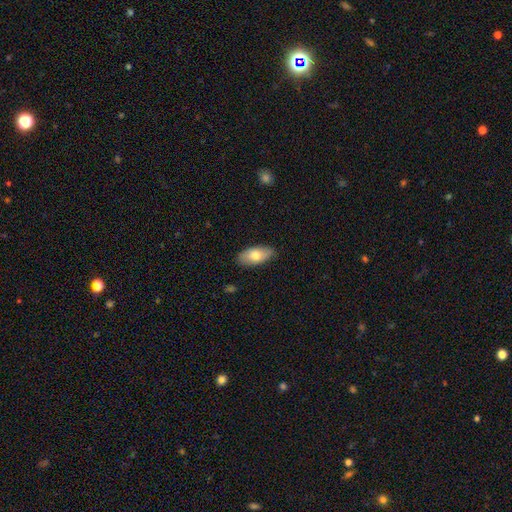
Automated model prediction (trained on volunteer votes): Smooth or featured: smooth — 74% (featured or disk — 20%)
How rounded: in between — 91% (cigar-shaped — 6%)
Merging: none — 86% (minor disturbance — 11%)